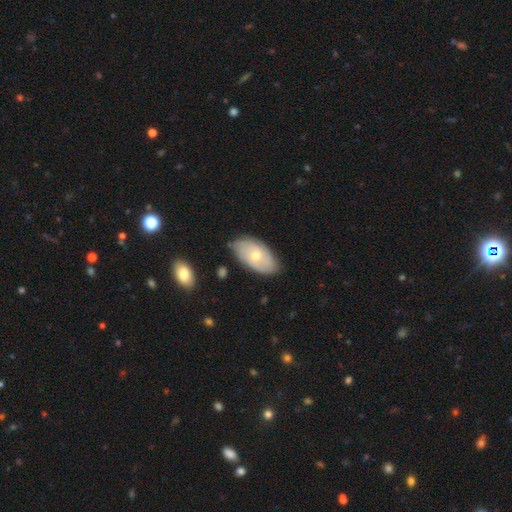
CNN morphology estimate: The model was most divided on "smooth or featured": smooth: 48%, featured or disk: 46%, star or artifact: 6%. More confident: merging — none (73%).